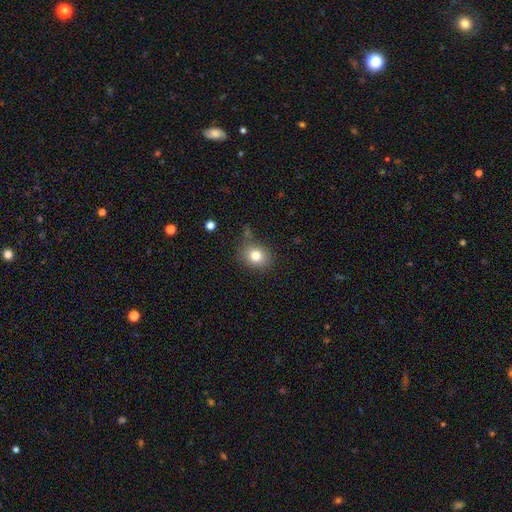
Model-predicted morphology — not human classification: Q: Smooth or featured?
A: smooth (80%); runner-up: star or artifact (11%)
Q: How rounded?
A: round (63%); runner-up: in between (36%)
Q: Merging?
A: none (71%); runner-up: minor disturbance (18%)